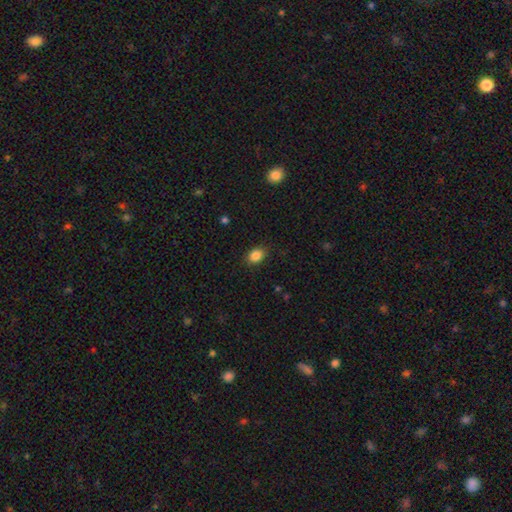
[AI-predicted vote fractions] This appears to be a smooth galaxy with no disk features (86%) that is in between round and cigar-shaped (69%). Merging: none (86%).